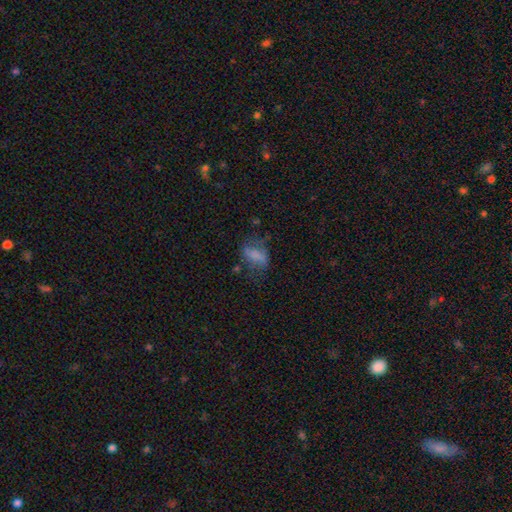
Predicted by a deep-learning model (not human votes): smooth 53%, featured or disk 33%, star or artifact 14%. Down the decision tree: how rounded — in between (83%); merging — none (36%).